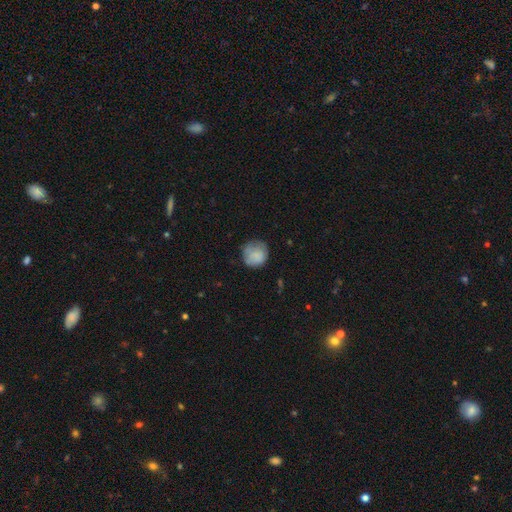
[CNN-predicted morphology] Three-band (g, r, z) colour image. It shows a smooth galaxy with no disk features (76%) that is round (86%). Merging: none (65%).